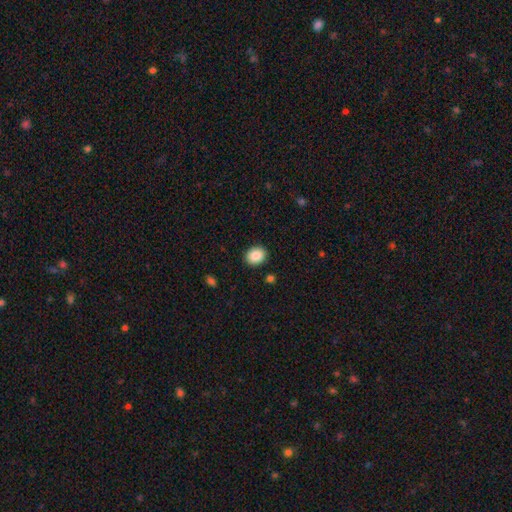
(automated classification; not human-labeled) Overall: smooth (89%). How rounded: round (52%; in between 47%). Merging: none (90%).